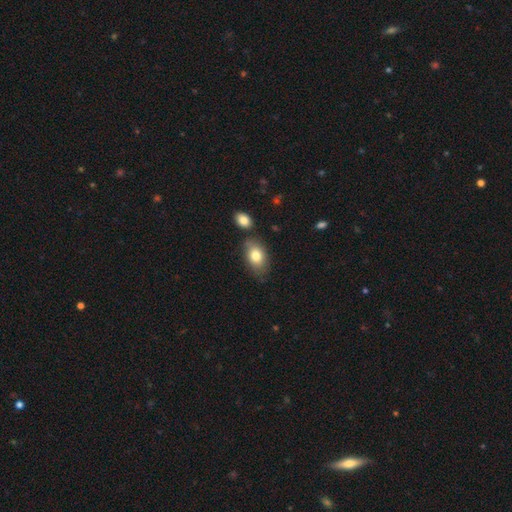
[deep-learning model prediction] Smooth or featured: smooth — 80% (featured or disk — 13%)
How rounded: in between — 85% (round — 14%)
Merging: none — 64% (minor disturbance — 20%)